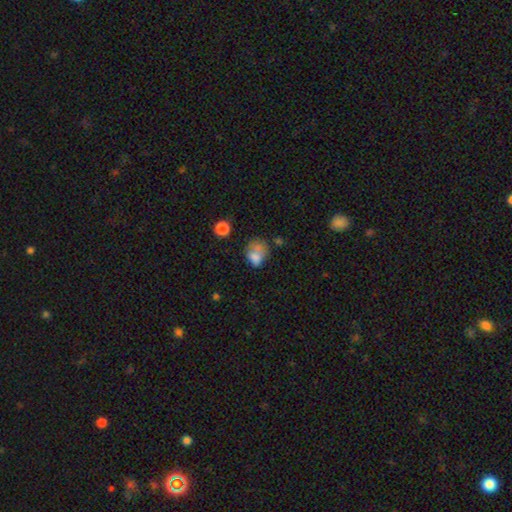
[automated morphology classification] Smooth or featured? Predicted: smooth (p=0.69). How rounded? Predicted: in between (p=0.63). Merging? Predicted: none (p=0.30).